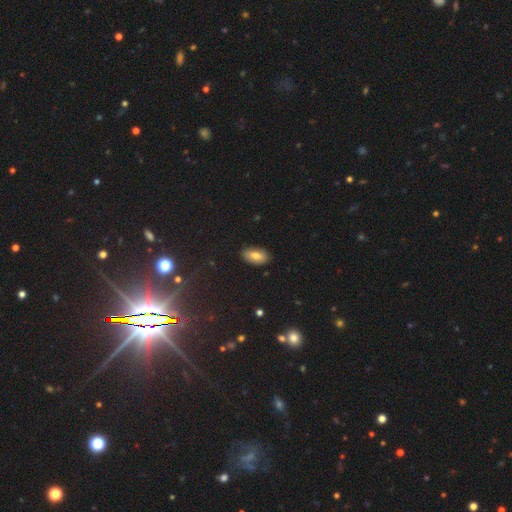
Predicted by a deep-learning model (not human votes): This is likely a smooth galaxy (75%). How rounded: clearly in between (92%). Merging: clearly none (87%).